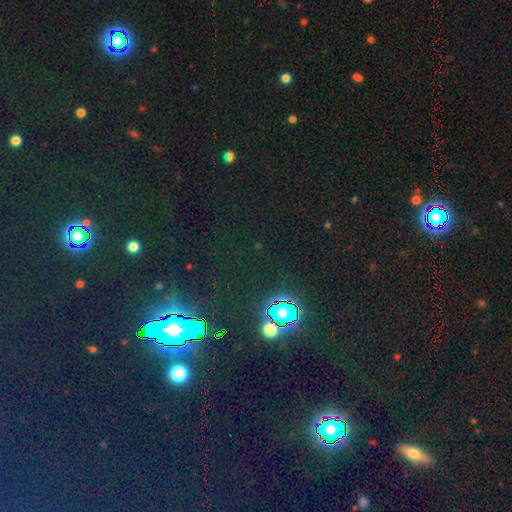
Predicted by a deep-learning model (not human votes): This appears to be a star or artifact, not a galaxy (81%).